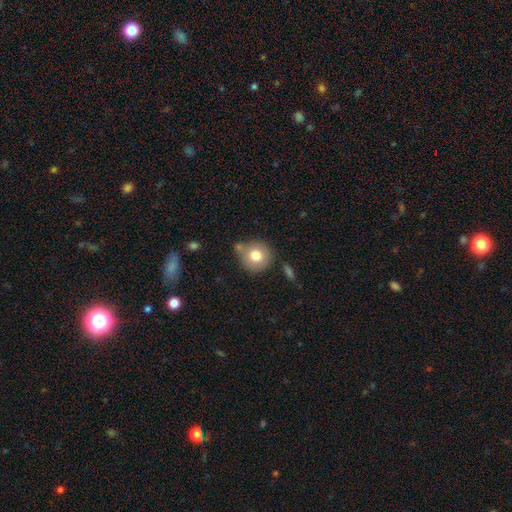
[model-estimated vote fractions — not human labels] A smooth galaxy with no disk features (76%) that is round (90%). Merging: none (64%).